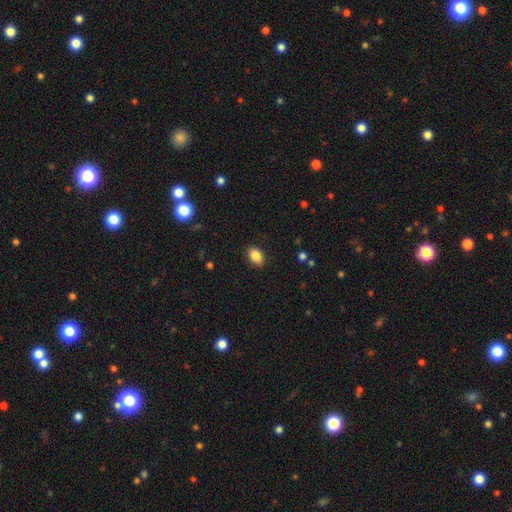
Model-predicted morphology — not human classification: Smooth or featured: smooth — 87% (star or artifact — 9%)
How rounded: in between — 83% (round — 16%)
Merging: none — 88% (minor disturbance — 9%)